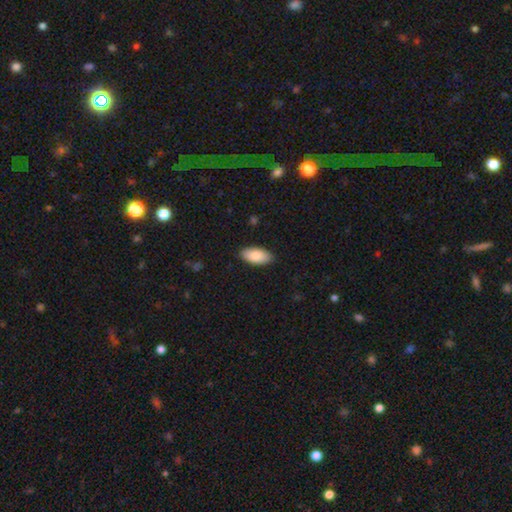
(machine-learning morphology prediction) The model was most divided on "smooth or featured": smooth: 85%, featured or disk: 9%, star or artifact: 6%. More confident: how rounded — in between (94%); merging — none (87%).